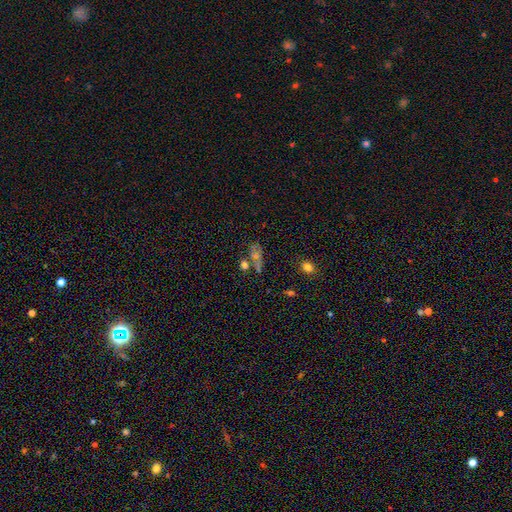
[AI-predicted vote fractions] smooth_or_featured: smooth (p=0.39) [alt: featured or disk p=0.31]
merging: none (p=0.48) [alt: merger p=0.21]